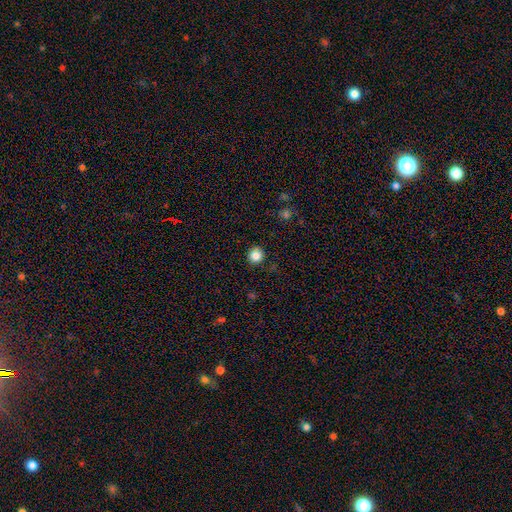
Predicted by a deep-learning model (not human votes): Morphology: type=smooth (84%); roundness=round (93%); merging=none (91%).